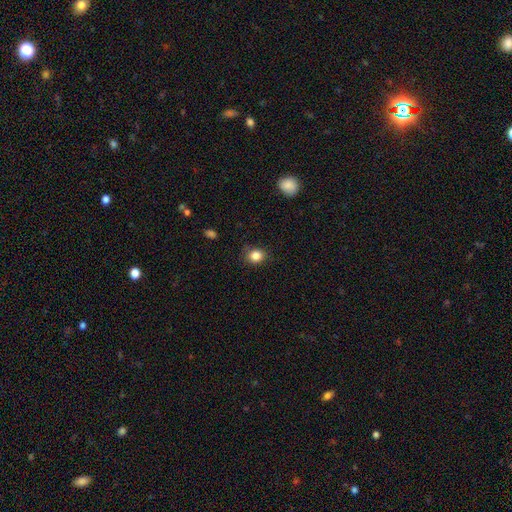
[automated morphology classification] smooth-or-featured: smooth: 85% | star or artifact: 10% | featured or disk: 5%
  how-rounded: round: 66% | in between: 33% | cigar-shaped: 1%
  merging: none: 81% | minor disturbance: 15% | major disturbance: 3% | merger: 1%